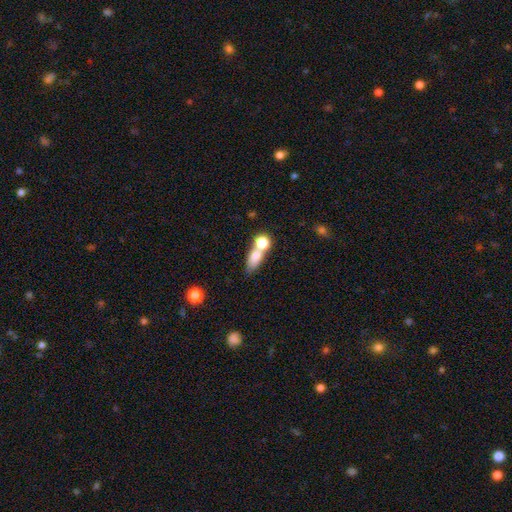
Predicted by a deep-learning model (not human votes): Q: Smooth or featured?
A: smooth (74%); runner-up: featured or disk (16%)
Q: How rounded?
A: in between (60%); runner-up: round (24%)
Q: Merging?
A: merger (52%); runner-up: none (33%)